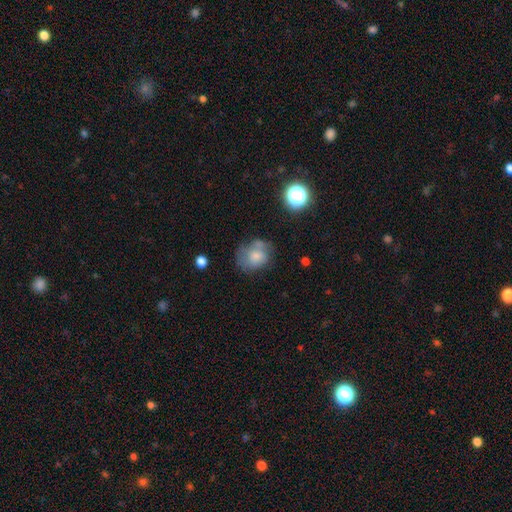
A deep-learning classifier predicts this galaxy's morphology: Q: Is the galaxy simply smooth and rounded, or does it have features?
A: smooth — 71%.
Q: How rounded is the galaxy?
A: round — 55%.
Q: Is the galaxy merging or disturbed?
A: none — 47%.